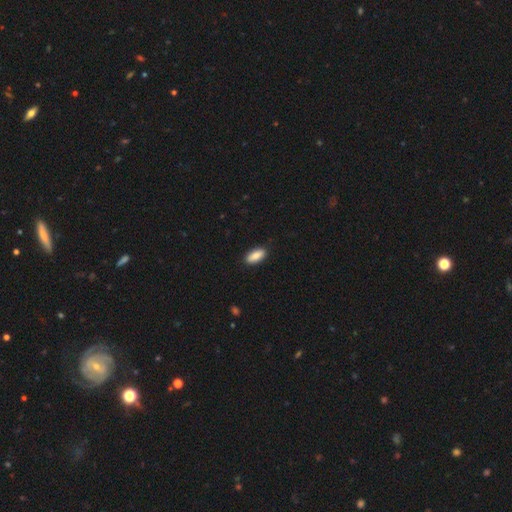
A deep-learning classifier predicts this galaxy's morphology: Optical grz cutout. It shows a smooth galaxy with no disk features (86%) that is in between round and cigar-shaped (85%). Merging: none (89%).